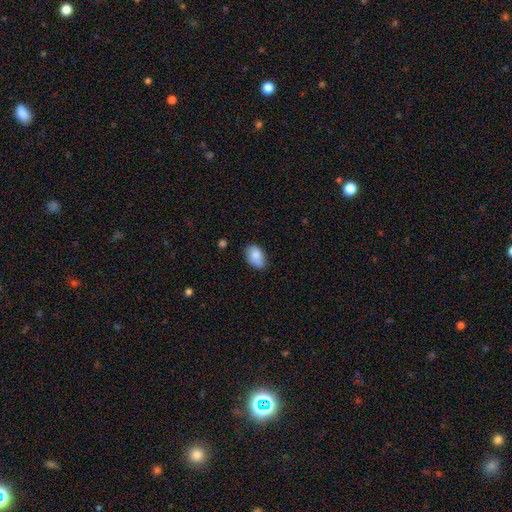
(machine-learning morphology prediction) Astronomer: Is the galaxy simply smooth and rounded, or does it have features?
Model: smooth — 84%.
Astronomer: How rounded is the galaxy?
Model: in between — 86%.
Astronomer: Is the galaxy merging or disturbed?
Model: none — 68%.